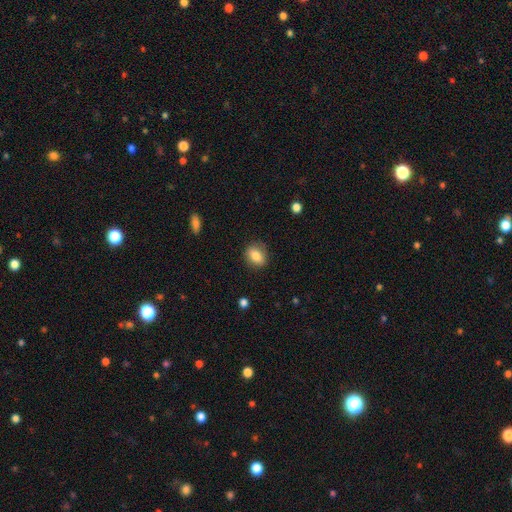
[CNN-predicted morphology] A smooth galaxy with no disk features (82%) that is in between round and cigar-shaped (53%). Merging: none (81%).